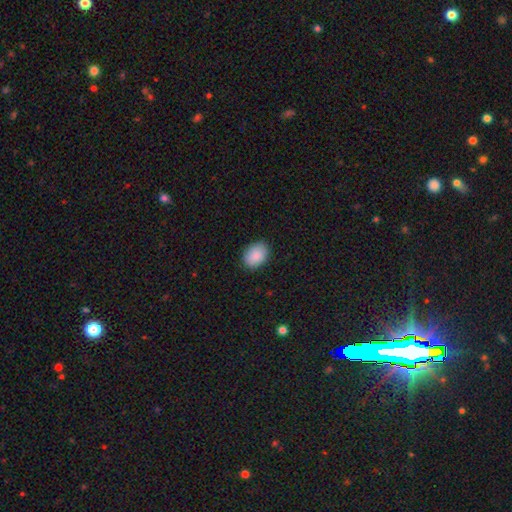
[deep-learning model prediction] smooth_or_featured: smooth (p=0.89) [alt: star or artifact p=0.07]
how_rounded: in between (p=0.78) [alt: round p=0.21]
merging: none (p=0.87) [alt: minor disturbance p=0.10]